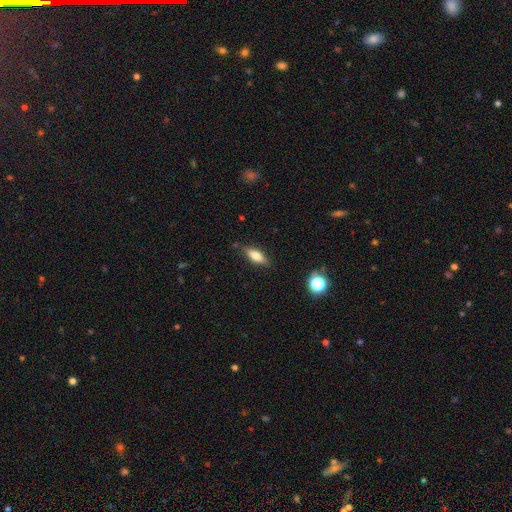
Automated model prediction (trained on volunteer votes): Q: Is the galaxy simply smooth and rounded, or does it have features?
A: smooth — 66%.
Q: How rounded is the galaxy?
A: in between — 64%.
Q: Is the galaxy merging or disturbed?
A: none — 80%.